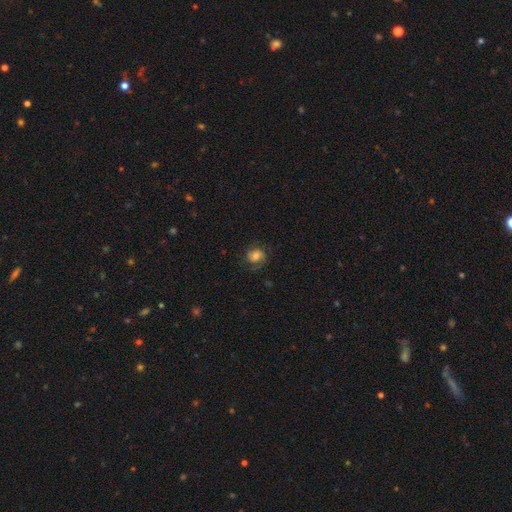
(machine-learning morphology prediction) smooth_or_featured: smooth (p=0.50) [alt: featured or disk p=0.40]
how_rounded: round (p=0.73) [alt: in between p=0.26]
merging: none (p=0.67) [alt: minor disturbance p=0.20]